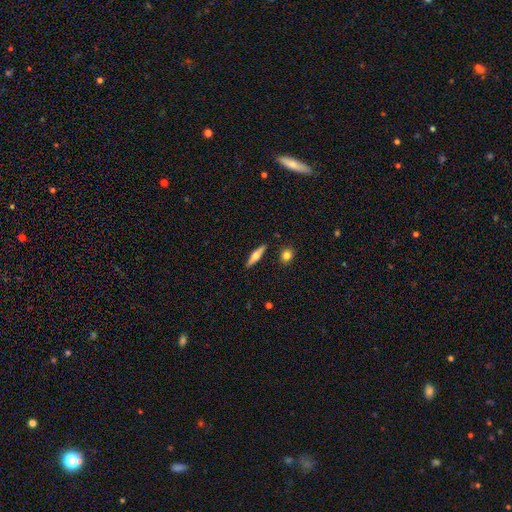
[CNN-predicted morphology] A featured or disk galaxy (49%). Merging: none (87%).